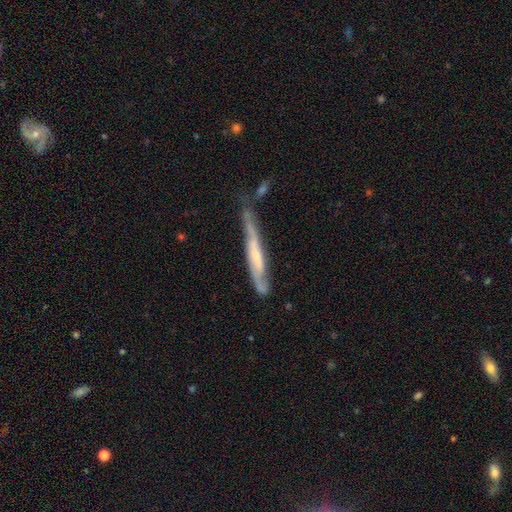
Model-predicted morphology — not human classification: This appears to be a featured or disk galaxy (66%) viewed edge-on (72%). Merging: none (49%).